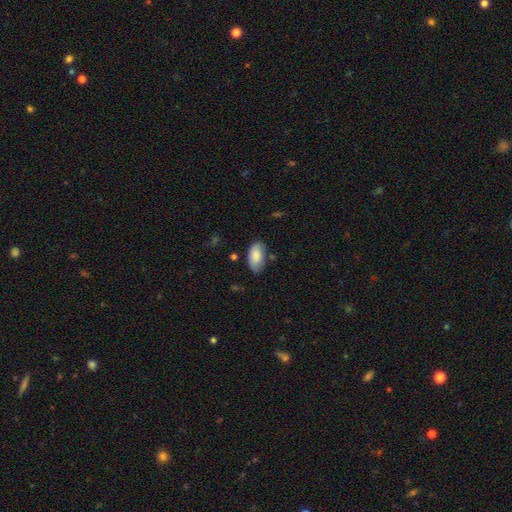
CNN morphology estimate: Q: Smooth or featured?
A: smooth (85%); runner-up: featured or disk (9%)
Q: How rounded?
A: in between (94%); runner-up: cigar-shaped (3%)
Q: Merging?
A: none (72%); runner-up: minor disturbance (21%)